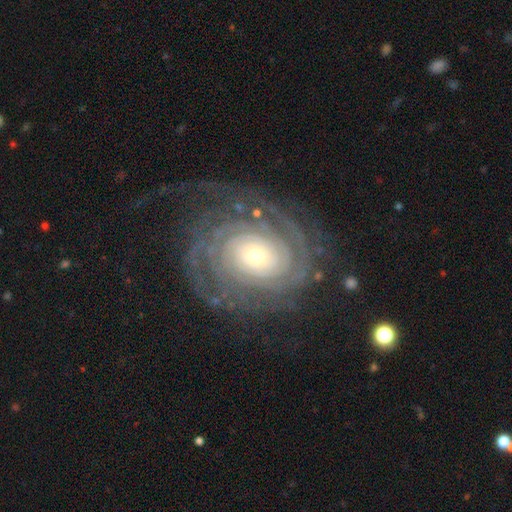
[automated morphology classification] Smooth or featured? Predicted: featured or disk (p=0.90). Edge-on disk? Predicted: no (p=0.97). Bar? Predicted: no (p=0.80). Spiral arms? Predicted: yes (p=0.97). Spiral winding? Predicted: tight (p=0.82). Spiral arm count? Predicted: can't tell (p=0.26). Bulge size? Predicted: small (p=0.62). Merging? Predicted: none (p=0.74).